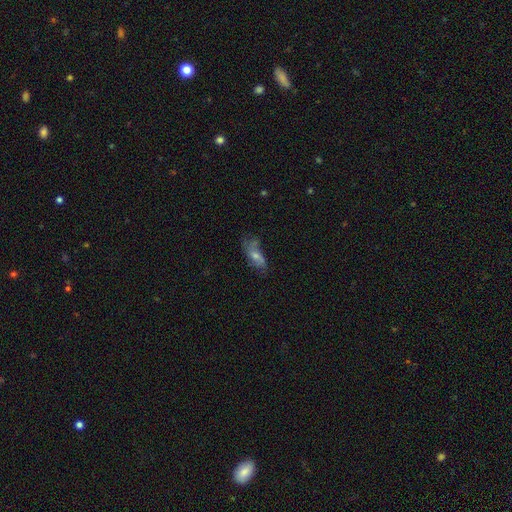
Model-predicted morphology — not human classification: Overall: featured or disk (49%; smooth 39%). Merging: none (58%; minor disturbance 25%).